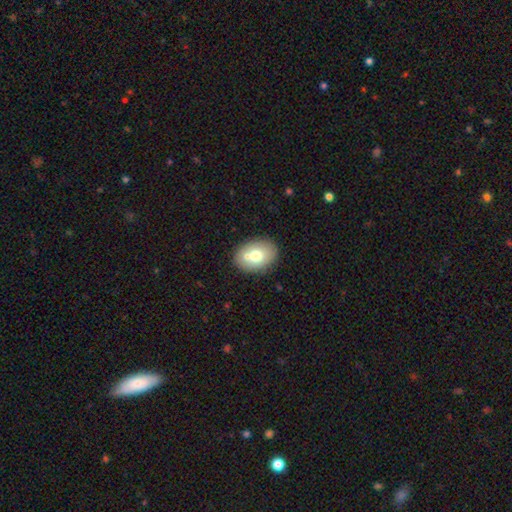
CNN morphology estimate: A smooth galaxy with no disk features (69%) that is in between round and cigar-shaped (76%). Merging: none (68%).